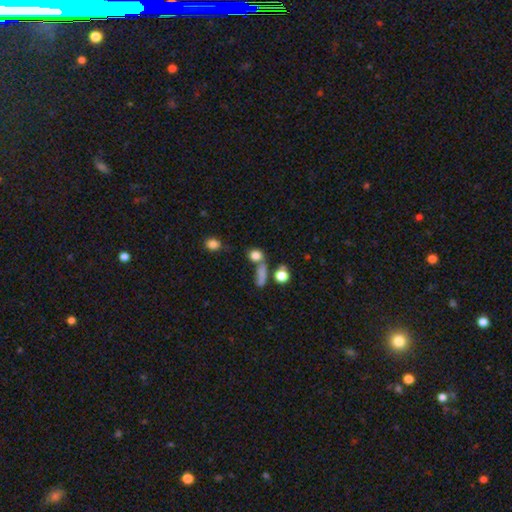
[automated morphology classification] Q: Smooth or featured?
A: smooth (77%); runner-up: star or artifact (14%)
Q: How rounded?
A: round (71%); runner-up: in between (24%)
Q: Merging?
A: none (50%); runner-up: merger (29%)